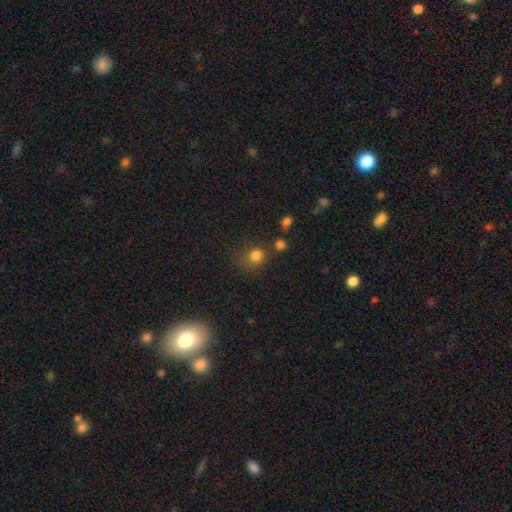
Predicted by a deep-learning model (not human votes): Smooth or featured? Predicted: smooth (p=0.79). How rounded? Predicted: round (p=0.81). Merging? Predicted: none (p=0.61).